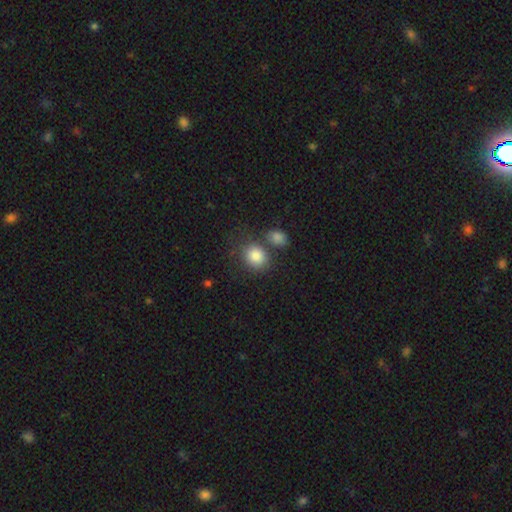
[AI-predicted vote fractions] Q: Smooth or featured?
A: smooth (85%); runner-up: star or artifact (8%)
Q: How rounded?
A: round (64%); runner-up: in between (35%)
Q: Merging?
A: none (59%); runner-up: merger (22%)